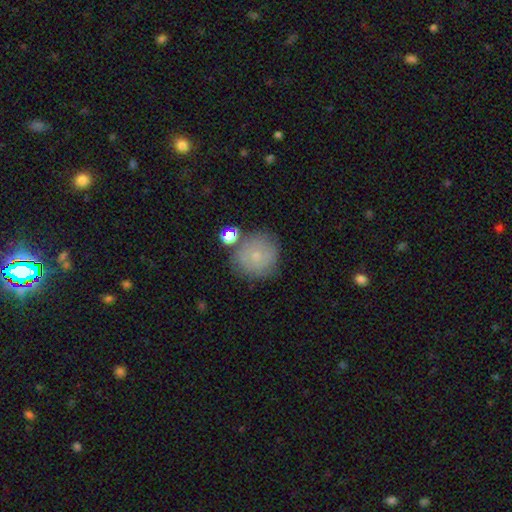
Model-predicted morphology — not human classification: type=smooth (72%); roundness=round (91%); merging=none (72%).